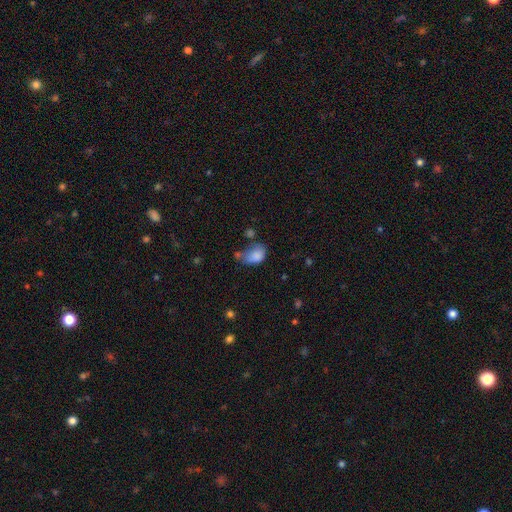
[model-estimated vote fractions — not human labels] A smooth galaxy with no disk features (81%) that is in between round and cigar-shaped (82%).

Vote fractions:
- Smooth or featured? smooth: 81% / star or artifact: 10% / featured or disk: 10%
- How rounded? in between: 82% / round: 17% / cigar-shaped: 1%
- Merging? none: 33% / minor disturbance: 31% / major disturbance: 19% / merger: 17%